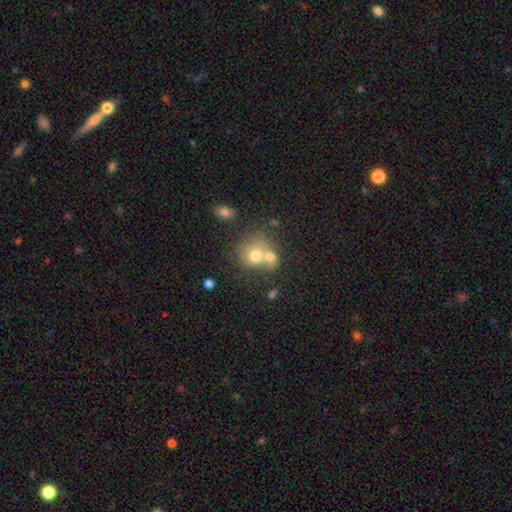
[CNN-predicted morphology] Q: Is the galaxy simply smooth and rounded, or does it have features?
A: smooth — 67%.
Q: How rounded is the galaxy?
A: round — 73%.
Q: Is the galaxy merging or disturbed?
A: merger — 57%.